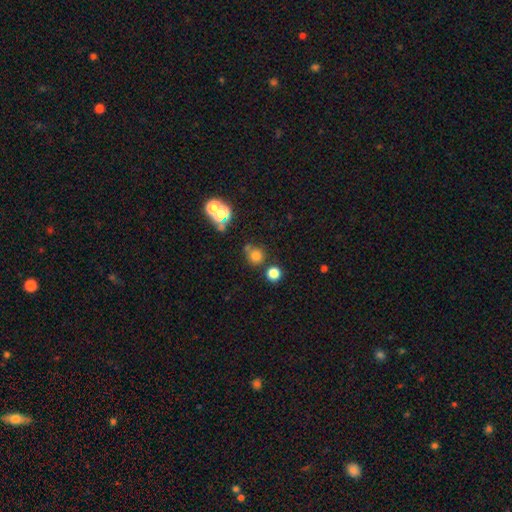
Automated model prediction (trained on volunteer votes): The model was most divided on "merging": none: 67%, merger: 18%, minor disturbance: 10%, major disturbance: 5%. More confident: how rounded — round (91%); smooth or featured — smooth (72%).